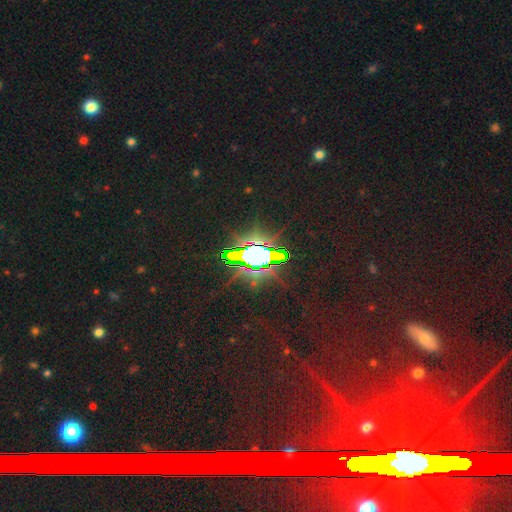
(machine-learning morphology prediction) type=star or artifact (80%).